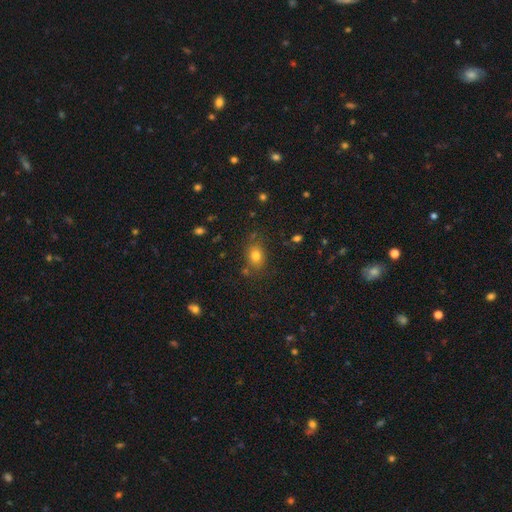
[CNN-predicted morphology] Smooth or featured? Predicted: smooth (p=0.78). How rounded? Predicted: in between (p=0.55). Merging? Predicted: none (p=0.78).